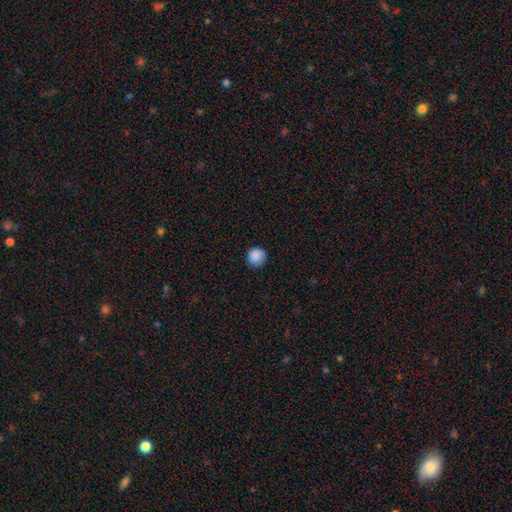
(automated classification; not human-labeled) This appears to be a smooth galaxy with no disk features (88%) that is round (93%). Merging: none (84%).